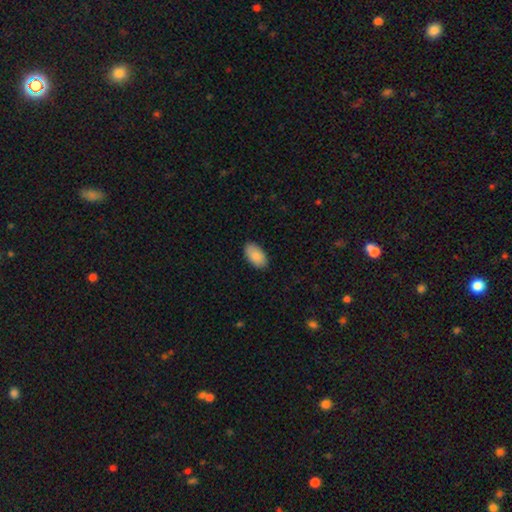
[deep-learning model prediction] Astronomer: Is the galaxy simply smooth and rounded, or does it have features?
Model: smooth — 88%.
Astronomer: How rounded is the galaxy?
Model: in between — 95%.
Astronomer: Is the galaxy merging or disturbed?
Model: none — 87%.